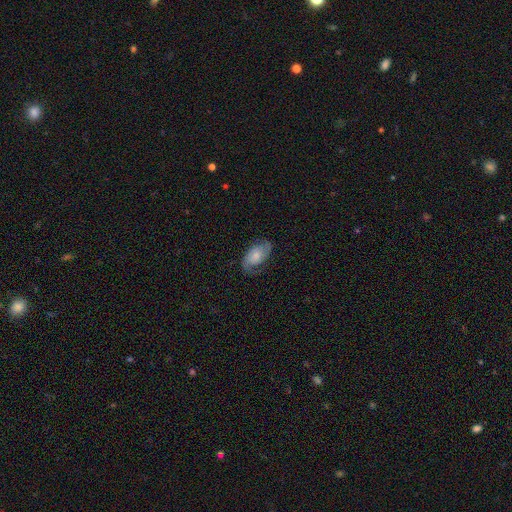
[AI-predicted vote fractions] This appears to be a featured or disk galaxy (59%) with no bar (70%), 2 (81%) medium (43%) spiral arms (89%) and a small central bulge (39%). Merging: none (68%).